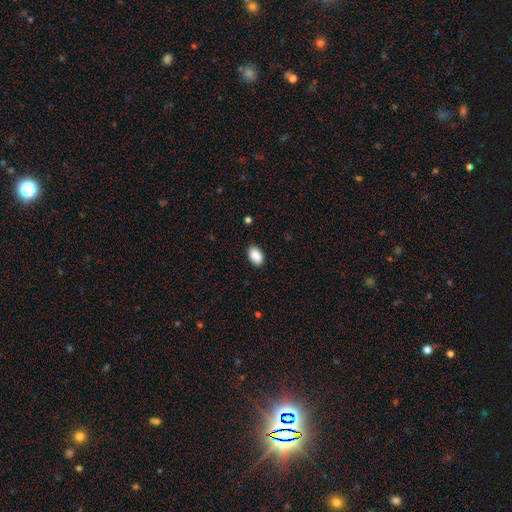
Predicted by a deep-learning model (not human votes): Q: Smooth or featured?
A: smooth (90%); runner-up: star or artifact (7%)
Q: How rounded?
A: in between (91%); runner-up: round (8%)
Q: Merging?
A: none (87%); runner-up: minor disturbance (10%)